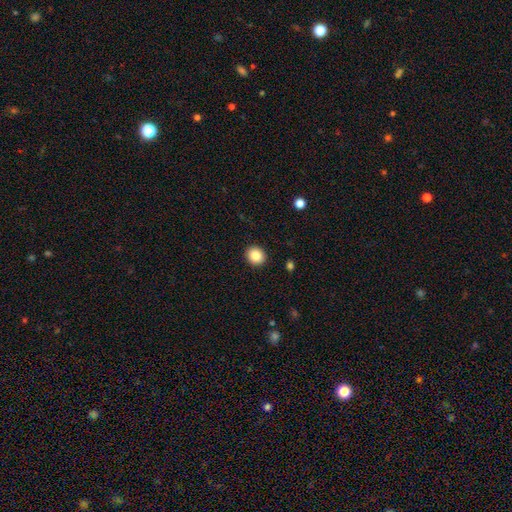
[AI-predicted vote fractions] smooth_or_featured: smooth (p=0.87) [alt: star or artifact p=0.09]
how_rounded: round (p=0.78) [alt: in between p=0.21]
merging: none (p=0.91) [alt: minor disturbance p=0.06]